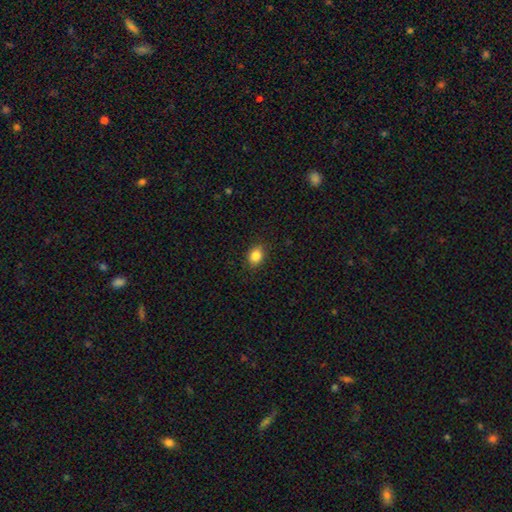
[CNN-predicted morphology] This is clearly a smooth galaxy (85%). How rounded: possibly round (54%). Merging: clearly none (89%).